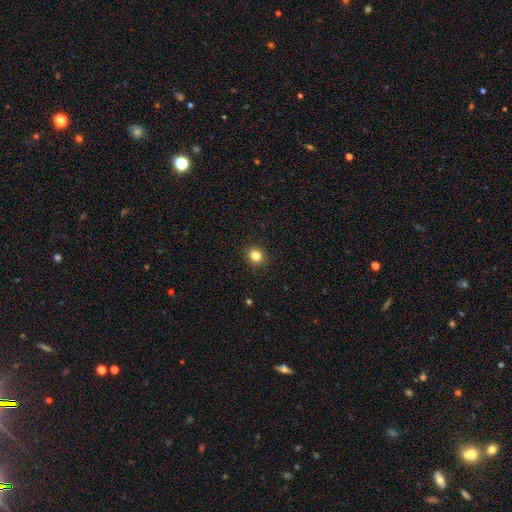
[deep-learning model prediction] A smooth galaxy with no disk features (83%) that is round (83%).

Vote fractions:
- Smooth or featured? smooth: 83% / star or artifact: 12% / featured or disk: 5%
- How rounded? round: 83% / in between: 16% / cigar-shaped: 1%
- Merging? none: 92% / minor disturbance: 6% / major disturbance: 2% / merger: 1%